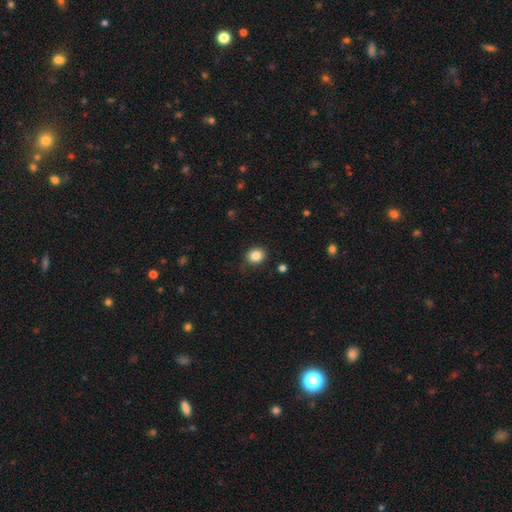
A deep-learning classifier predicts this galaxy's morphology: type=smooth (85%); roundness=round (68%); merging=none (82%).